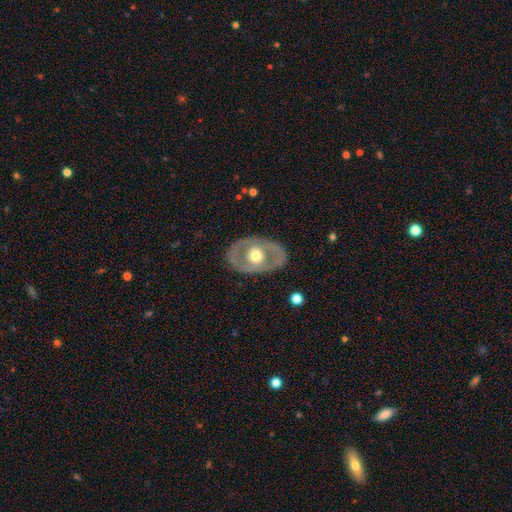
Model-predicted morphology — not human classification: Smooth or featured? featured or disk (62%)
Edge-on disk? no (90%)
Bar? no (86%)
Spiral arms? no (85%)
Bulge size? moderate (66%)
Merging? none (82%)